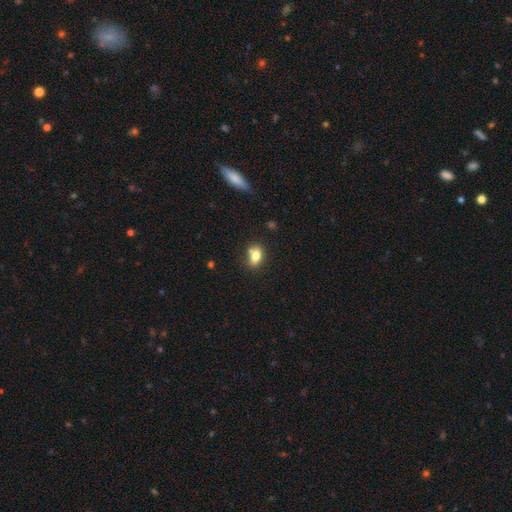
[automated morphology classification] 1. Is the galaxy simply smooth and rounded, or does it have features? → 75% smooth, 15% featured or disk, 10% star or artifact.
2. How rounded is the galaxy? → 75% in between, 21% round, 4% cigar-shaped.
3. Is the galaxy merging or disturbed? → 58% none, 19% merger, 18% minor disturbance, 5% major disturbance.